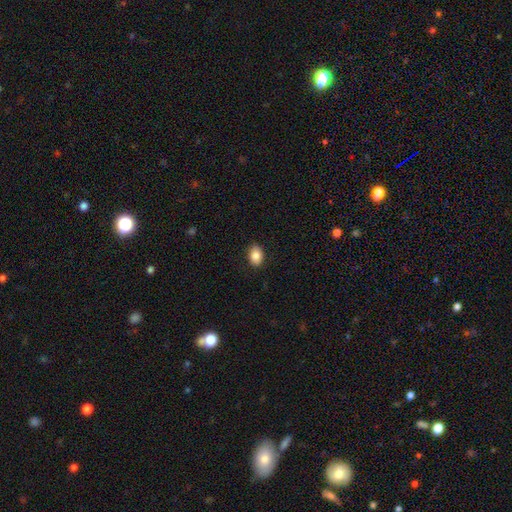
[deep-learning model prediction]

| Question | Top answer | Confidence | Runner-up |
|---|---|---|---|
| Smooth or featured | smooth | 86% | star or artifact (8%) |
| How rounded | in between | 82% | round (16%) |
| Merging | none | 88% | minor disturbance (9%) |